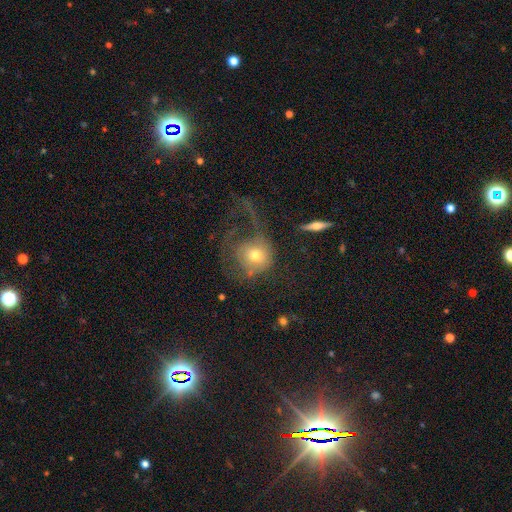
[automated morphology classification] Smooth or featured? Predicted: smooth (p=0.51). How rounded? Predicted: round (p=0.82). Merging? Predicted: major disturbance (p=0.58).